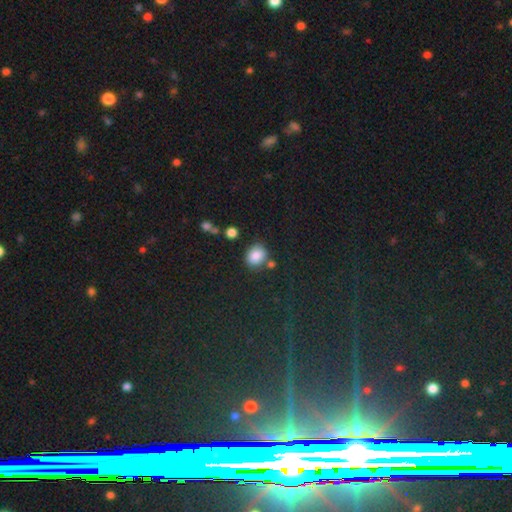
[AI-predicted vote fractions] Overall: smooth (83%). How rounded: round (53%; in between 46%). Merging: none (70%).